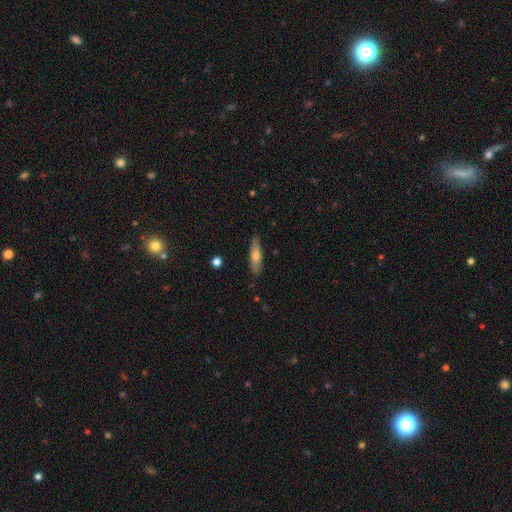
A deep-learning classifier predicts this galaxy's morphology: smooth 61%, featured or disk 33%, star or artifact 6%. Down the decision tree: how rounded — cigar-shaped (63%); merging — none (83%).